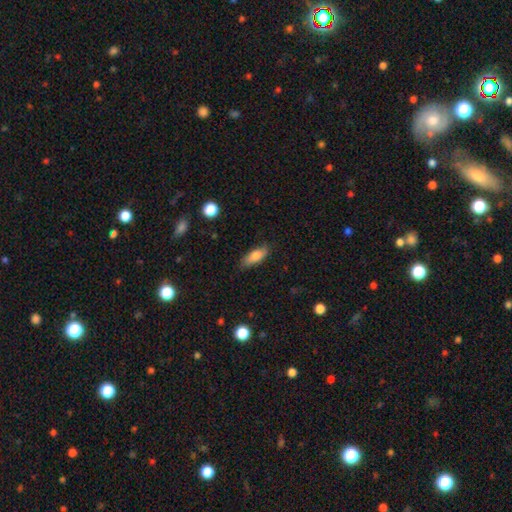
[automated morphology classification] smooth_or_featured: smooth (p=0.79) [alt: featured or disk p=0.14]
how_rounded: in between (p=0.69) [alt: cigar-shaped p=0.28]
merging: none (p=0.81) [alt: minor disturbance p=0.15]